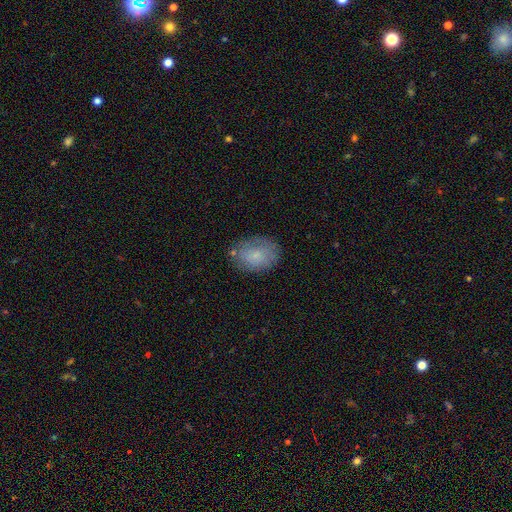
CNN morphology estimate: Smooth or featured? smooth (74%)
How rounded? in between (79%)
Merging? none (72%)